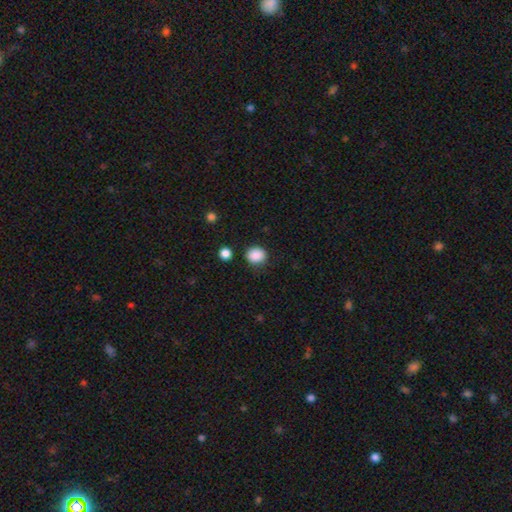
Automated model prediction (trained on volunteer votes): This appears to be a smooth galaxy with no disk features (87%) that is round (75%). Merging: none (82%).